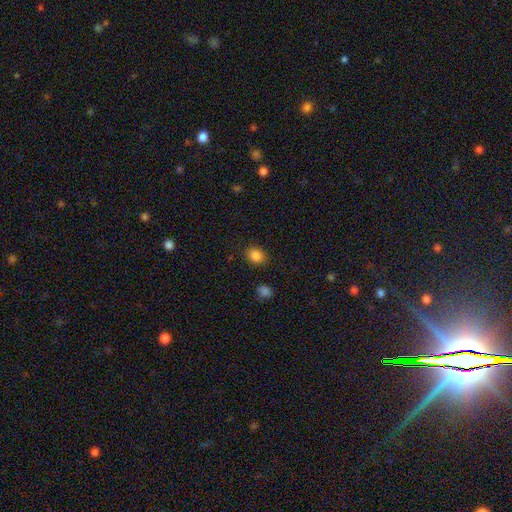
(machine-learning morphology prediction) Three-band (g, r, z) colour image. It shows a smooth galaxy with no disk features (85%) that is round (58%). Merging: none (85%).